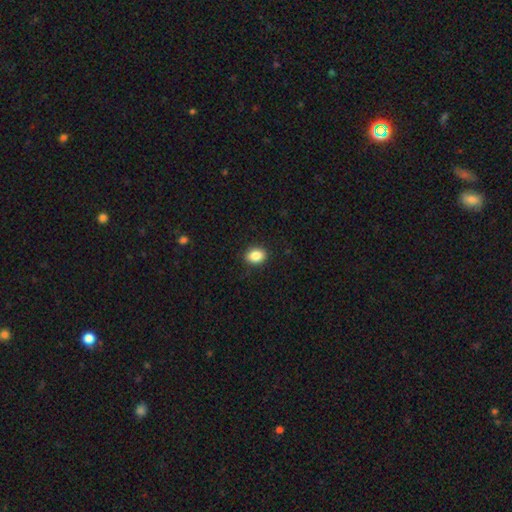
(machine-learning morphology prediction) This appears to be a smooth galaxy with no disk features (87%) that is in between round and cigar-shaped (64%). Merging: none (90%).